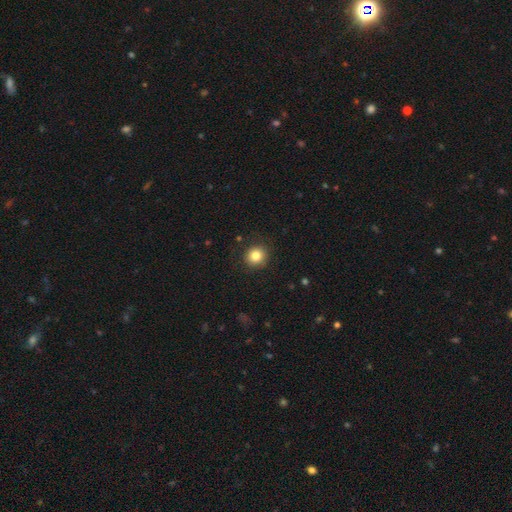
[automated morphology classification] smooth 83%, star or artifact 11%, featured or disk 6%. Down the decision tree: how rounded — round (90%); merging — none (89%).